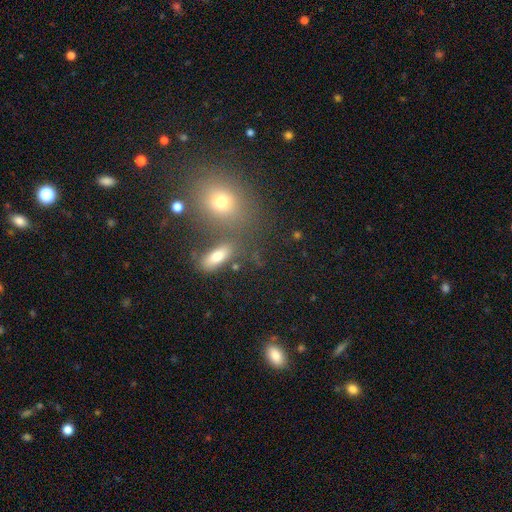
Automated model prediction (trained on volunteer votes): smooth_or_featured: smooth (p=0.54) [alt: star or artifact p=0.27]
how_rounded: in between (p=0.59) [alt: round p=0.33]
merging: none (p=0.63) [alt: merger p=0.22]